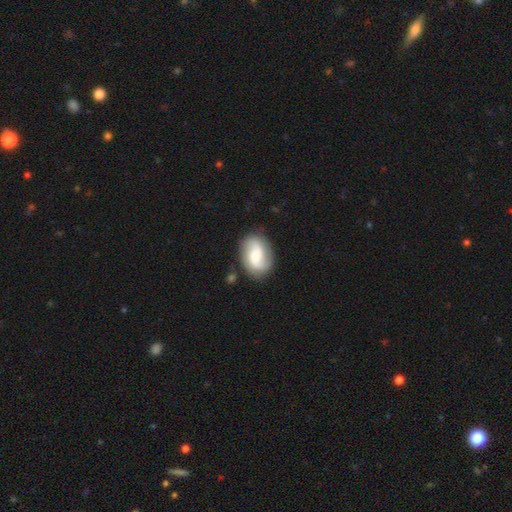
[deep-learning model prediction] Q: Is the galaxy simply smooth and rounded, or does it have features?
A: featured or disk — 56%.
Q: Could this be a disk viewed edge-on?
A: no — 97%.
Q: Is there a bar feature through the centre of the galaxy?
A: no — 45%.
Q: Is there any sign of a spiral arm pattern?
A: yes — 90%.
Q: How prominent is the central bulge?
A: moderate — 43%.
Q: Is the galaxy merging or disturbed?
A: none — 80%.